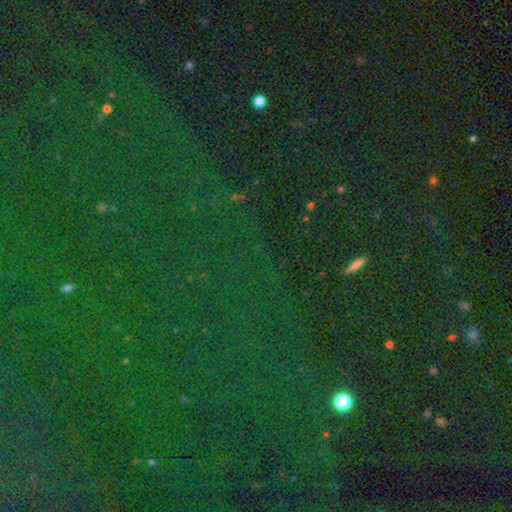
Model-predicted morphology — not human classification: Smooth or featured? Predicted: star or artifact (p=0.80).